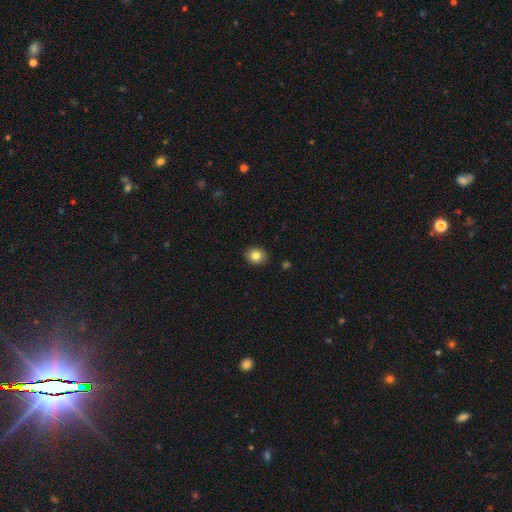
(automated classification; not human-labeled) Smooth or featured? Predicted: smooth (p=0.83). How rounded? Predicted: round (p=0.57). Merging? Predicted: none (p=0.88).